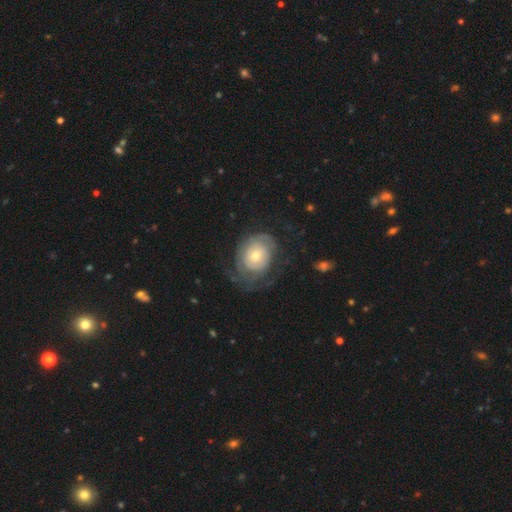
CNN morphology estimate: A featured or disk galaxy (66%) with no bar (76%), tight (67%) spiral arms (81%) and a moderate central bulge (49%).

Vote fractions:
- Smooth or featured? featured or disk: 66% / smooth: 28% / star or artifact: 6%
- Edge-on disk? no: 97% / yes: 3%
- Bar? no: 76% / weak: 20% / strong: 4%
- Spiral arms? yes: 81% / no: 19%
- Spiral winding? tight: 67% / medium: 22% / loose: 11%
- Spiral arm count? can't tell: 52% / 2: 24% / 3: 8% / 1: 8% / 4: 5% / more than 4: 4%
- Bulge size? moderate: 49% / small: 42% / large: 6% / none: 1% / dominant: 1%
- Merging? none: 54% / major disturbance: 22% / minor disturbance: 22% / merger: 2%